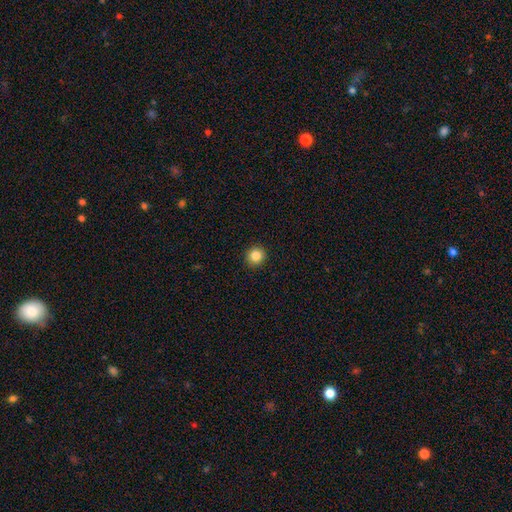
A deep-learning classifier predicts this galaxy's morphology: Smooth or featured? smooth (85%)
How rounded? round (93%)
Merging? none (93%)